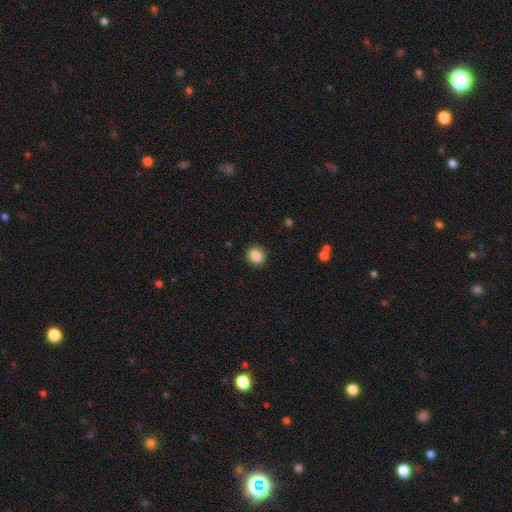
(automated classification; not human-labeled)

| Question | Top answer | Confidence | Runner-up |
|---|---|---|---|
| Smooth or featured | smooth | 86% | star or artifact (9%) |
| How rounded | round | 59% | in between (40%) |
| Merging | none | 88% | minor disturbance (9%) |